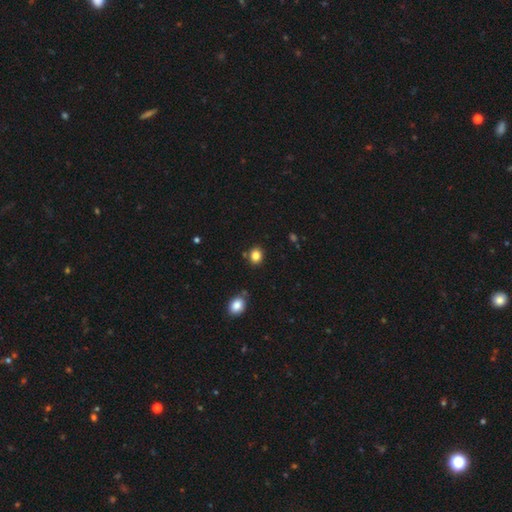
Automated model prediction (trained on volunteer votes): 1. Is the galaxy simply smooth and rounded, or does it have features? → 84% smooth, 11% star or artifact, 5% featured or disk.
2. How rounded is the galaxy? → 66% round, 33% in between, 1% cigar-shaped.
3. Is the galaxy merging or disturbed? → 83% none, 10% minor disturbance, 4% merger, 2% major disturbance.